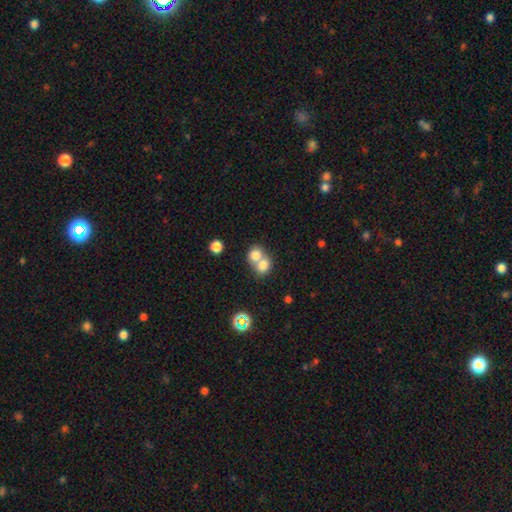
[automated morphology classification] The model was most divided on "how rounded": round: 69%, in between: 30%, cigar-shaped: 1%. More confident: smooth or featured — smooth (76%); merging — merger (66%).